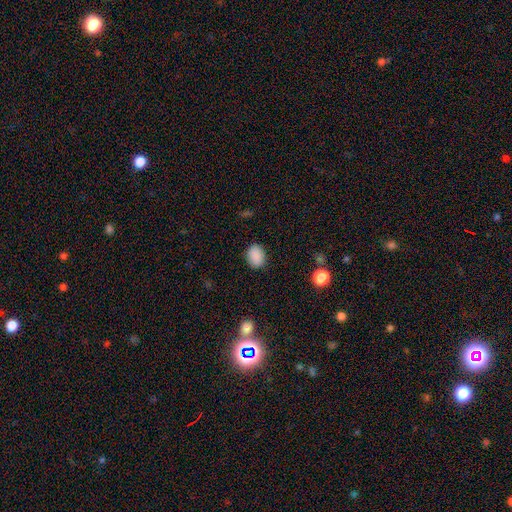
smooth_or_featured: smooth (p=0.93) [alt: star or artifact p=0.07]
how_rounded: in between (p=0.70) [alt: round p=0.30]
merging: none (p=0.92) [alt: minor disturbance p=0.08]